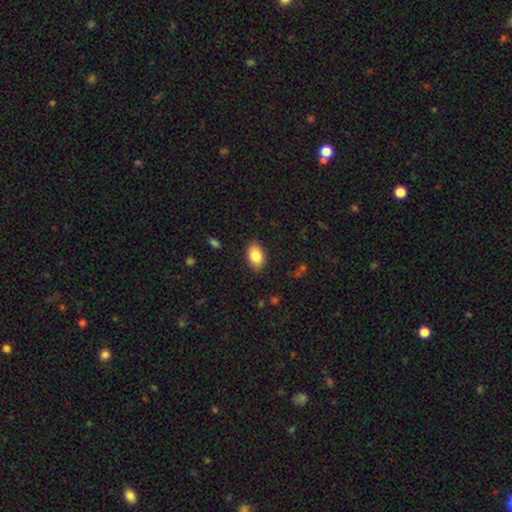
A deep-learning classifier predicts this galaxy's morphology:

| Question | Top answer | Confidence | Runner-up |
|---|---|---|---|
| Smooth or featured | smooth | 85% | featured or disk (8%) |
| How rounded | in between | 90% | round (8%) |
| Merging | none | 86% | minor disturbance (10%) |